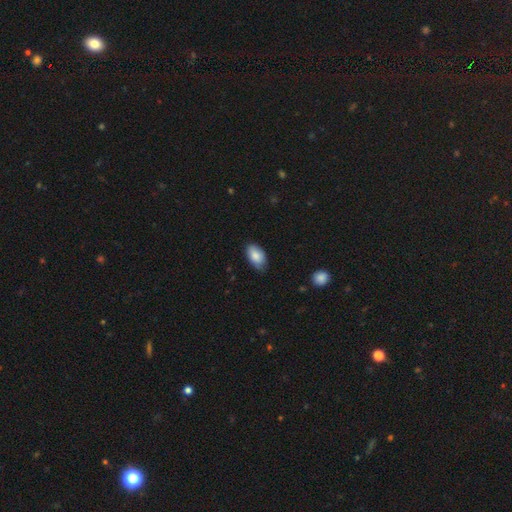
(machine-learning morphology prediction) Smooth or featured? smooth (85%)
How rounded? in between (94%)
Merging? none (74%)